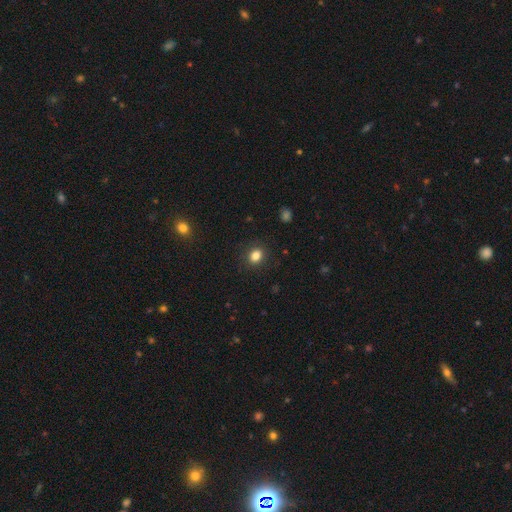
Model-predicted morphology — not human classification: Smooth or featured?
  - smooth: 84% *
  - star or artifact: 11%
  - featured or disk: 5%
How rounded?
  - round: 56% *
  - in between: 43%
  - cigar-shaped: 1%
Merging?
  - none: 89% *
  - minor disturbance: 8%
  - major disturbance: 2%
  - merger: 1%